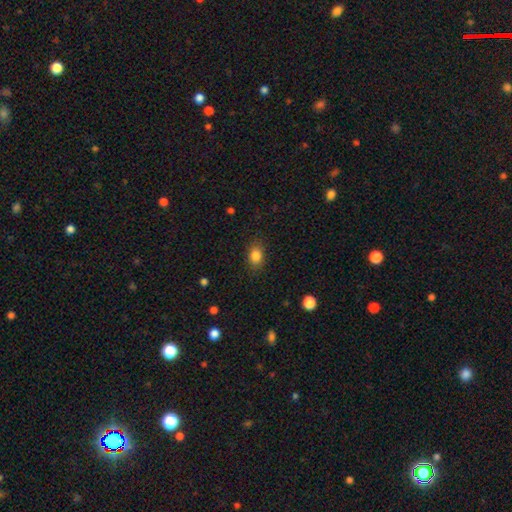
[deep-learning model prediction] Smooth or featured? smooth (85%)
How rounded? in between (73%)
Merging? none (84%)